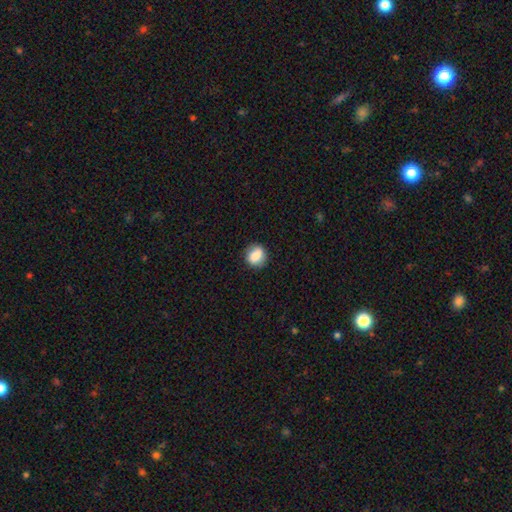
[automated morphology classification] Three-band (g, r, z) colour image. It shows a smooth galaxy with no disk features (80%) that is round (75%). Merging: none (85%).